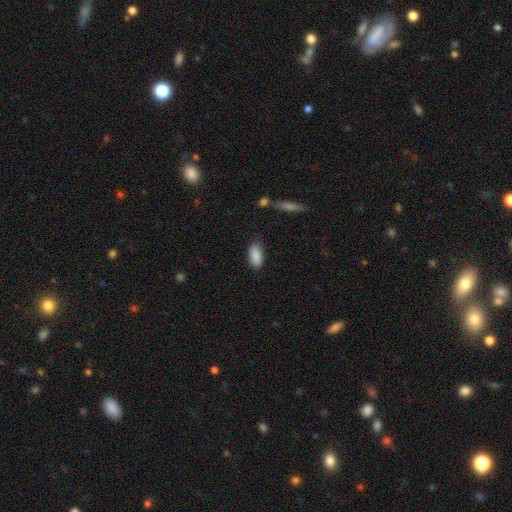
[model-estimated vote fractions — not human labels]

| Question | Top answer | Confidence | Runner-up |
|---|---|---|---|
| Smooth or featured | smooth | 88% | star or artifact (7%) |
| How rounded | in between | 92% | cigar-shaped (6%) |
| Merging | none | 83% | minor disturbance (12%) |